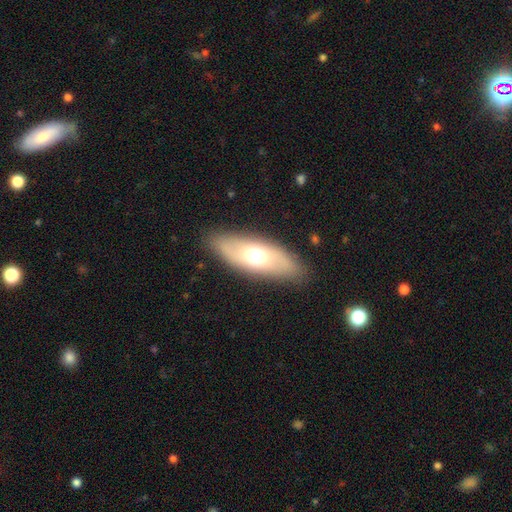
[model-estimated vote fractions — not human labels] This appears to be a smooth galaxy with no disk features (60%) that is in between round and cigar-shaped (75%). Merging: none (86%).